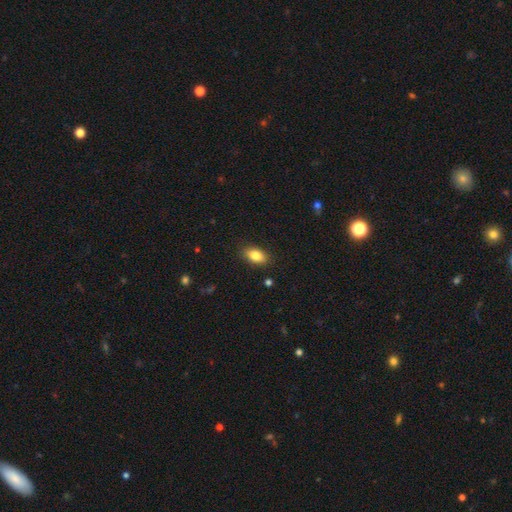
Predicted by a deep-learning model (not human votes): Morphology: type=smooth (84%); roundness=in between (90%); merging=none (87%).